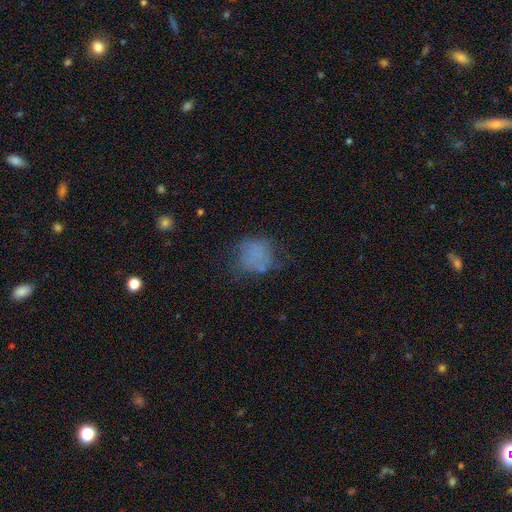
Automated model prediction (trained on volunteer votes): Q: Smooth or featured?
A: smooth (64%); runner-up: featured or disk (21%)
Q: How rounded?
A: round (69%); runner-up: in between (30%)
Q: Merging?
A: none (48%); runner-up: minor disturbance (27%)